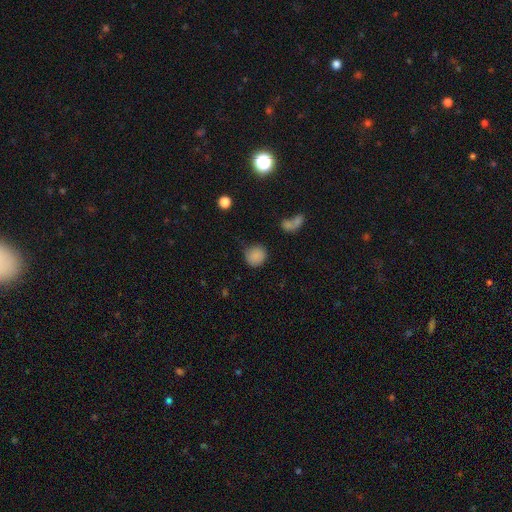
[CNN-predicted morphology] This appears to be a smooth galaxy with no disk features (85%) that is round (86%). Merging: none (76%).